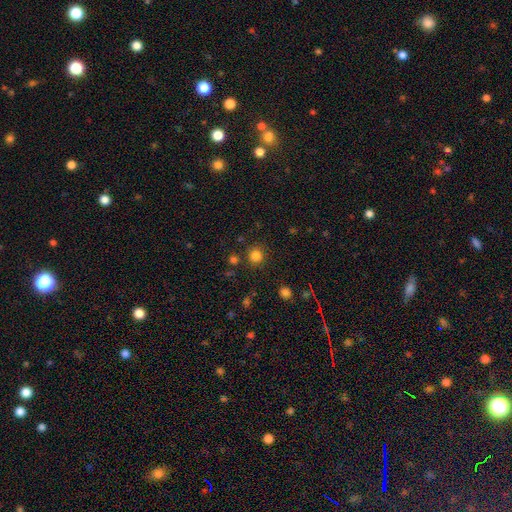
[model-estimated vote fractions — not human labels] Overall: smooth (82%). How rounded: round (93%). Merging: none (86%).